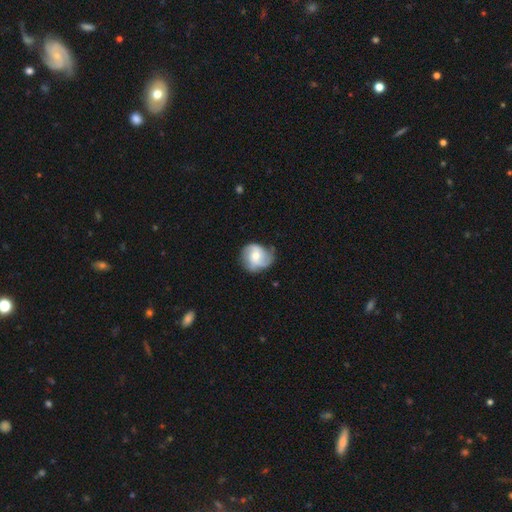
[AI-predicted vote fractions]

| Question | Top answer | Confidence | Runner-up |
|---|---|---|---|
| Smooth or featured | featured or disk | 70% | smooth (23%) |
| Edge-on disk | no | 98% | yes (2%) |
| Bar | no | 54% | weak (36%) |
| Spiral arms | yes | 92% | no (8%) |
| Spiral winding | medium | 44% | loose (30%) |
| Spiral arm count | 2 | 47% | 3 (28%) |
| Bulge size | moderate | 60% | small (35%) |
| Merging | none | 68% | minor disturbance (22%) |